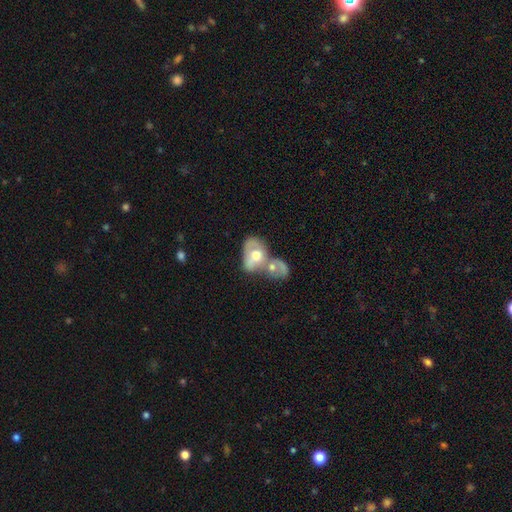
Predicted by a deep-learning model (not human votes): A smooth galaxy with no disk features (47%).

Vote fractions:
- Smooth or featured? smooth: 47% / featured or disk: 46% / star or artifact: 8%
- Merging? merger: 76% / none: 9% / major disturbance: 9% / minor disturbance: 6%